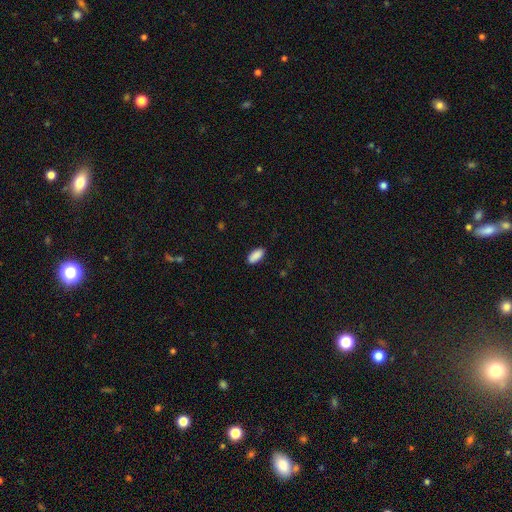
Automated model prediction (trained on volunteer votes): smooth_or_featured: smooth (p=0.90) [alt: star or artifact p=0.07]
how_rounded: in between (p=0.90) [alt: cigar-shaped p=0.08]
merging: none (p=0.87) [alt: minor disturbance p=0.10]